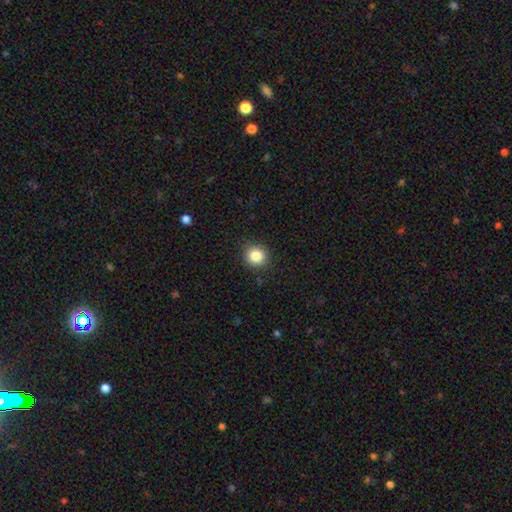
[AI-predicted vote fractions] Overall: smooth (84%). How rounded: round (89%). Merging: none (88%).